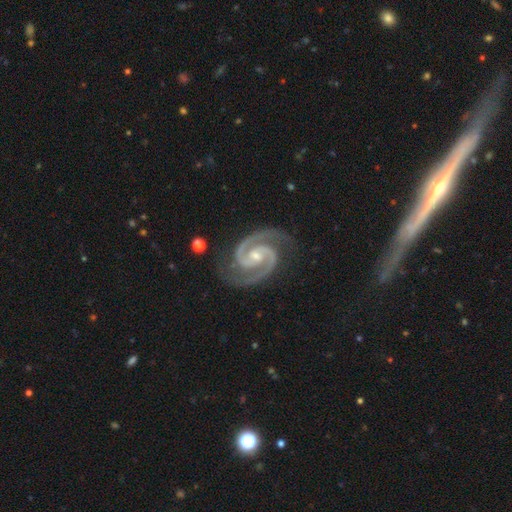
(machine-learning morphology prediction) This is clearly a featured or disk galaxy (95%). It is clearly not viewed edge-on (98%). Bar: marginally no (42%). Spiral arm pattern: clearly yes (99%). Spiral arm count: clearly 2 (94%). Spiral winding: possibly medium (51%). Central bulge: possibly small (49%). Merging: clearly none (83%).